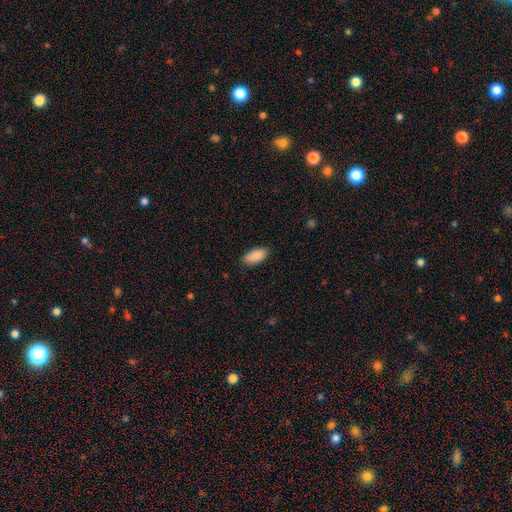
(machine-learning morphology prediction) type=smooth (90%); roundness=in between (91%); merging=none (86%).